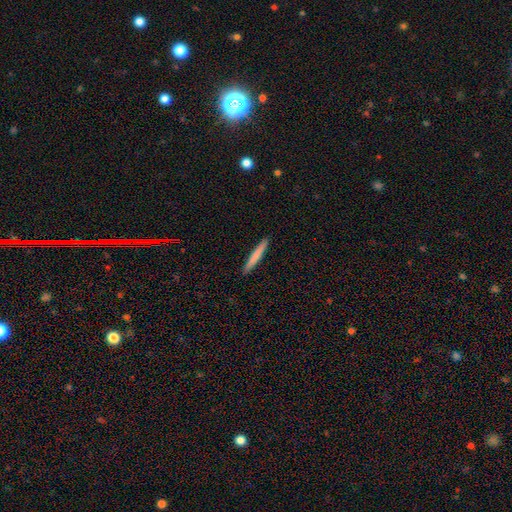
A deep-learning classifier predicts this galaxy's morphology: smooth 75%, featured or disk 19%, star or artifact 5%. Down the decision tree: how rounded — cigar-shaped (96%); merging — none (92%).